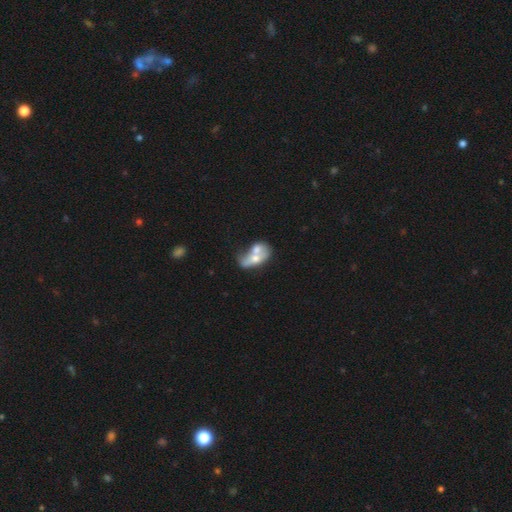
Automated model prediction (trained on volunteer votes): smooth_or_featured: smooth (p=0.51) [alt: featured or disk p=0.41]
how_rounded: in between (p=0.76) [alt: round p=0.19]
merging: merger (p=0.71) [alt: none p=0.12]